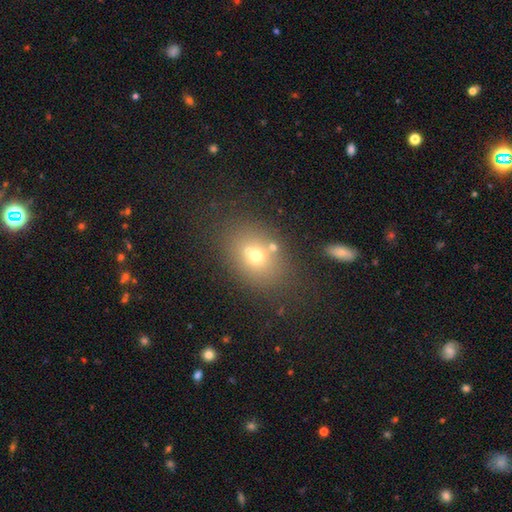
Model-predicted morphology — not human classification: A smooth galaxy with no disk features (62%) that is in between round and cigar-shaped (59%). Merging: none (62%).